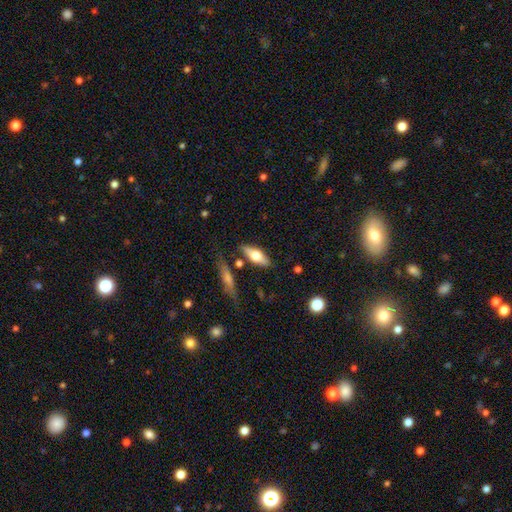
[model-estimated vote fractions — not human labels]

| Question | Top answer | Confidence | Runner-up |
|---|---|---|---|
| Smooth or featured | smooth | 54% | featured or disk (40%) |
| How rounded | in between | 61% | cigar-shaped (36%) |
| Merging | none | 78% | minor disturbance (13%) |